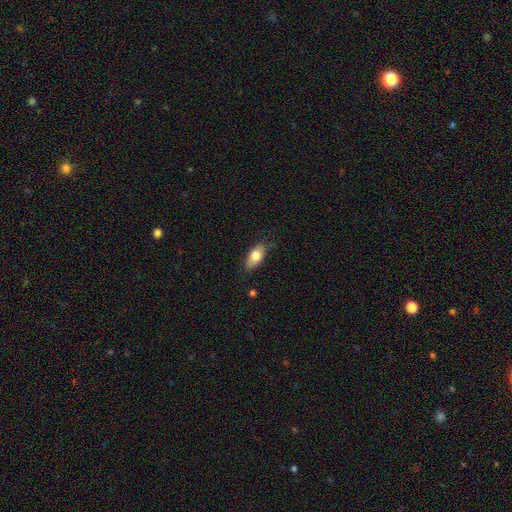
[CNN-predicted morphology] The model was most divided on "smooth or featured": smooth: 76%, featured or disk: 18%, star or artifact: 7%. More confident: how rounded — in between (88%); merging — none (79%).